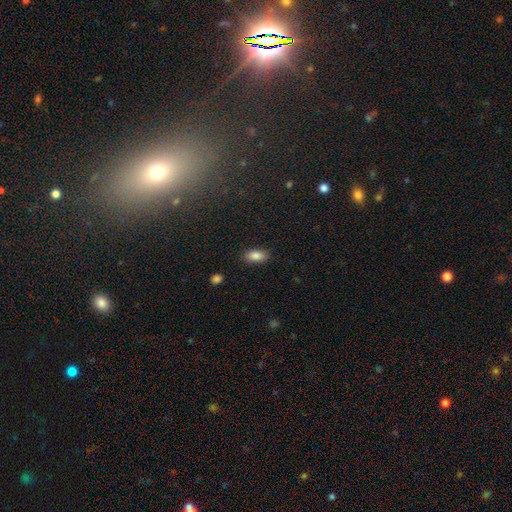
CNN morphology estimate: Overall: smooth (86%). How rounded: in between (90%). Merging: none (87%).